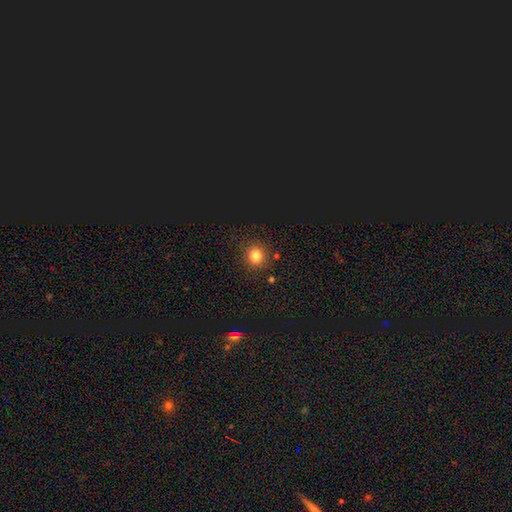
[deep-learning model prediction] Overall: smooth (80%). How rounded: round (87%). Merging: none (87%).